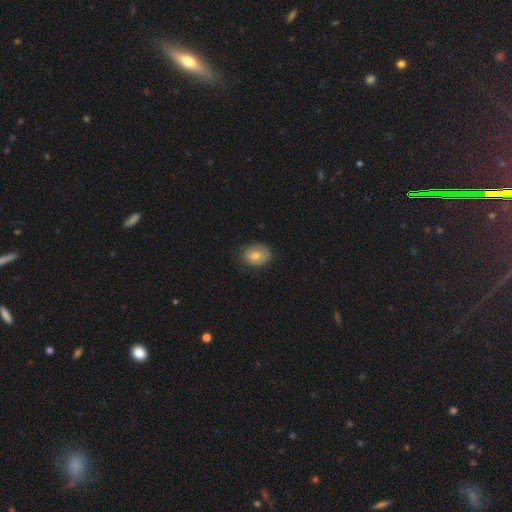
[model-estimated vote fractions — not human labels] Smooth or featured? Predicted: smooth (p=0.67). How rounded? Predicted: in between (p=0.58). Merging? Predicted: none (p=0.79).